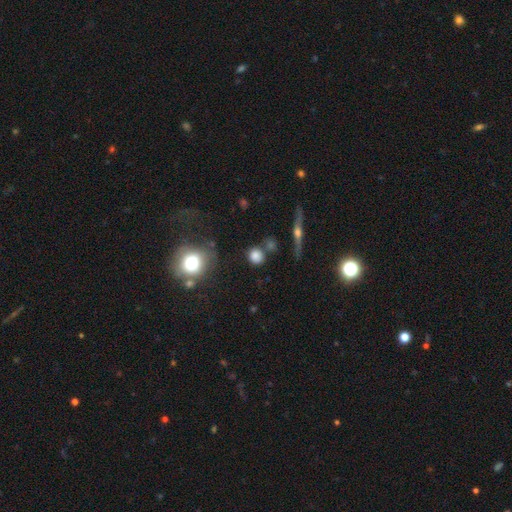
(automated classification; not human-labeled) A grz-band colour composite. It shows a smooth galaxy with no disk features (78%) that is round (87%). Merging: none (77%).